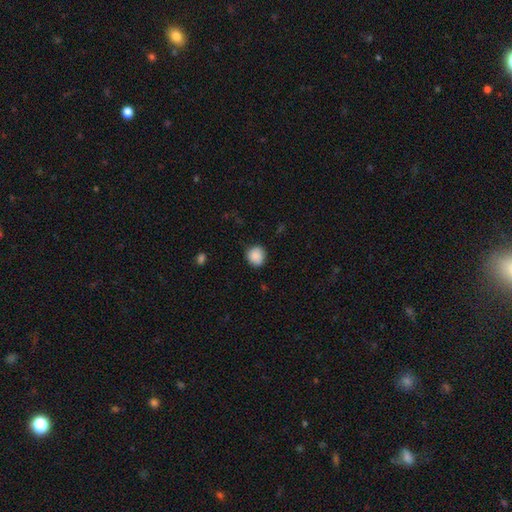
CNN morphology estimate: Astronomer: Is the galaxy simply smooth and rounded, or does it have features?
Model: smooth — 88%.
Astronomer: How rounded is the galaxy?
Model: round — 83%.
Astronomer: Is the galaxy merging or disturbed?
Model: none — 81%.